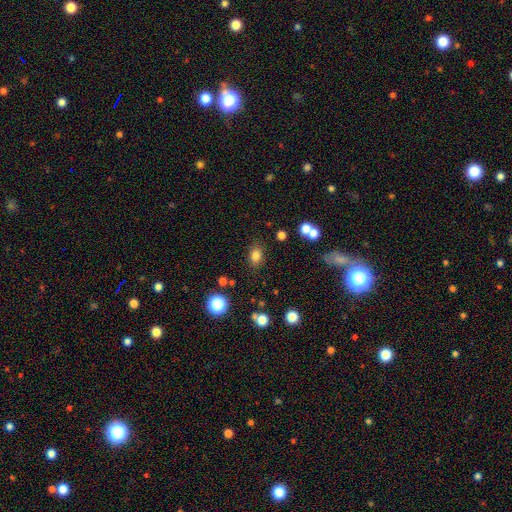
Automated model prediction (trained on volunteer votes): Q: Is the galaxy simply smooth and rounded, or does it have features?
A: smooth — 81%.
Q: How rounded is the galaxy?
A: in between — 71%.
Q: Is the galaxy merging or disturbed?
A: none — 82%.